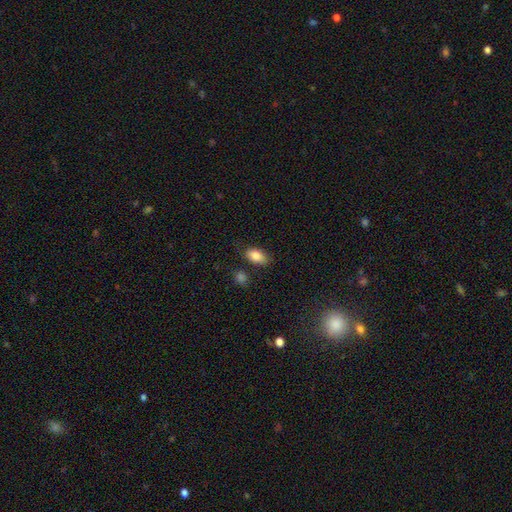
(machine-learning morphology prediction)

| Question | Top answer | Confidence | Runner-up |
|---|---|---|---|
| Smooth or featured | smooth | 85% | star or artifact (8%) |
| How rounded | in between | 92% | round (5%) |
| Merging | none | 78% | minor disturbance (14%) |